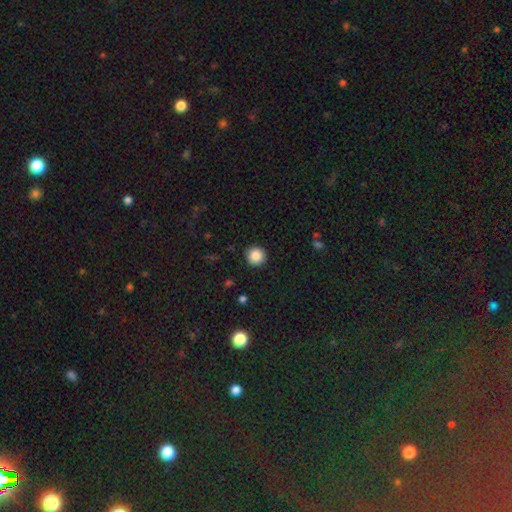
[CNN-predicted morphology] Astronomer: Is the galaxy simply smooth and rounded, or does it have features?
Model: smooth — 87%.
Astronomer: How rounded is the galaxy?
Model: round — 95%.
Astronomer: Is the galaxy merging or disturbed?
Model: none — 92%.